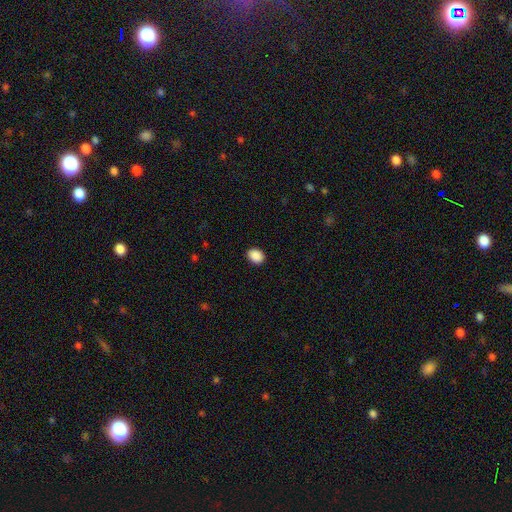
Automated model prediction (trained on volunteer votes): smooth_or_featured: smooth (p=0.90) [alt: star or artifact p=0.08]
how_rounded: in between (p=0.63) [alt: round p=0.36]
merging: none (p=0.91) [alt: minor disturbance p=0.07]